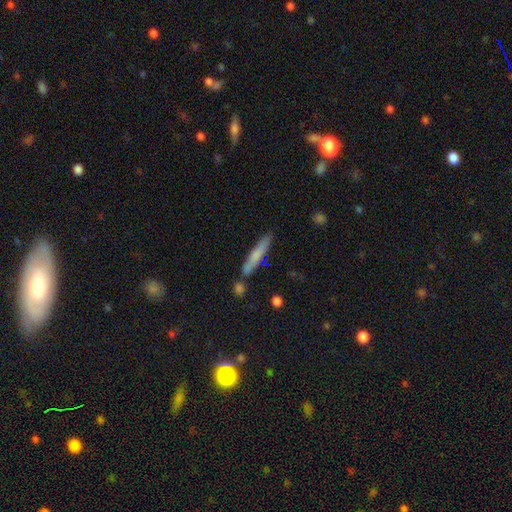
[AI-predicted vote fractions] Q: Smooth or featured?
A: smooth (67%); runner-up: featured or disk (26%)
Q: How rounded?
A: cigar-shaped (93%); runner-up: in between (5%)
Q: Merging?
A: none (78%); runner-up: minor disturbance (12%)